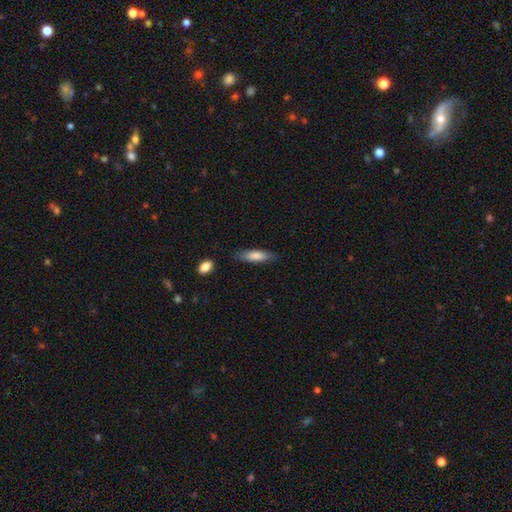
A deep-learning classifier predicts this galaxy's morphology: This is likely a smooth galaxy (80%). How rounded: possibly cigar-shaped (60%). Merging: clearly none (81%).